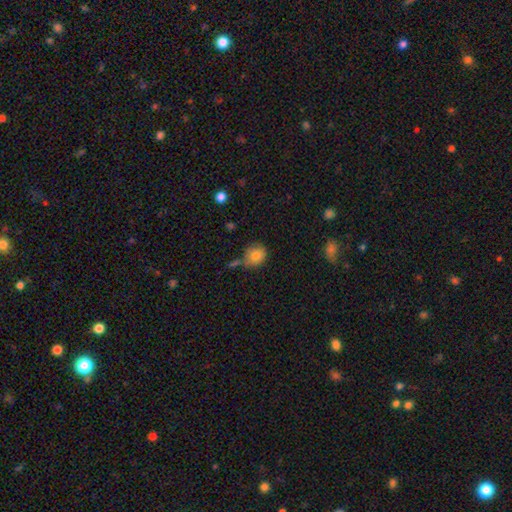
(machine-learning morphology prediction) Overall: smooth (81%). How rounded: round (72%). Merging: none (65%).